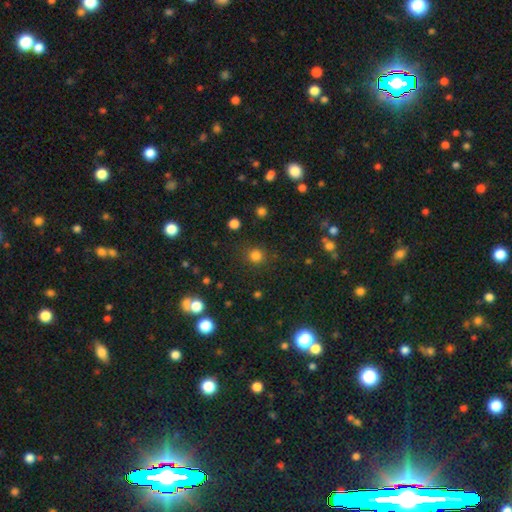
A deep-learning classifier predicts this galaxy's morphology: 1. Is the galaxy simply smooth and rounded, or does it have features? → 80% smooth, 16% star or artifact, 4% featured or disk.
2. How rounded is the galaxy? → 91% round, 8% in between, 1% cigar-shaped.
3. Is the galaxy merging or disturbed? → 86% none, 8% minor disturbance, 4% major disturbance, 2% merger.